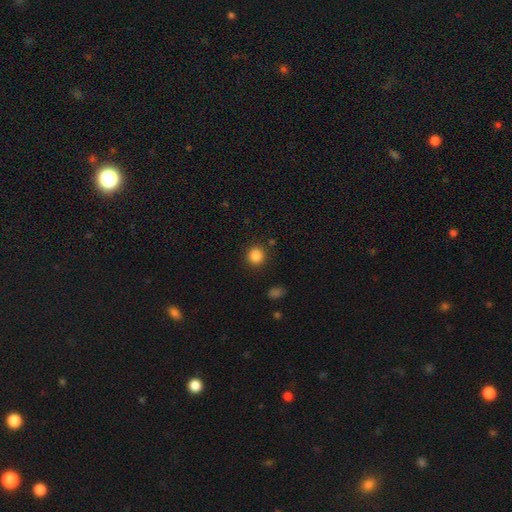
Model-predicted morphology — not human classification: Smooth or featured?
  - smooth: 85% *
  - star or artifact: 11%
  - featured or disk: 4%
How rounded?
  - round: 92% *
  - in between: 7%
  - cigar-shaped: 1%
Merging?
  - none: 90% *
  - minor disturbance: 6%
  - major disturbance: 2%
  - merger: 2%